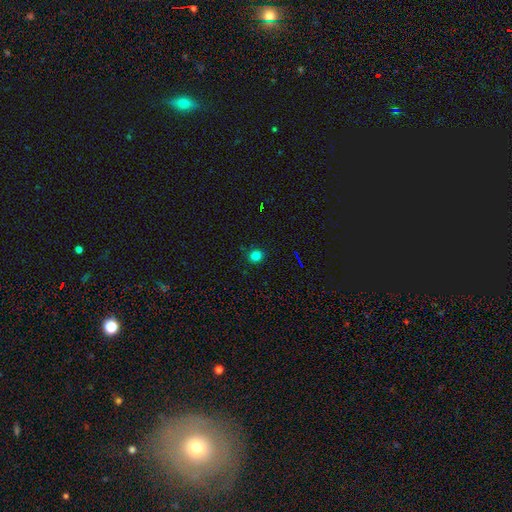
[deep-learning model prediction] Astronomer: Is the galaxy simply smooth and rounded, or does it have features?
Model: smooth — 80%.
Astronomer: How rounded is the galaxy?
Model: round — 89%.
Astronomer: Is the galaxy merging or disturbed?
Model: none — 89%.